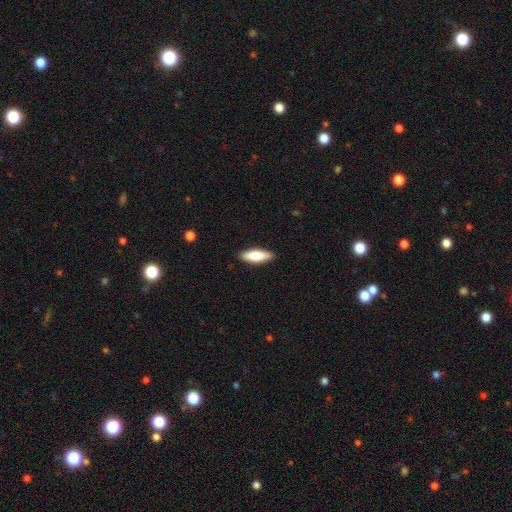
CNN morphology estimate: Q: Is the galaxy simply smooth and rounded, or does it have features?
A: smooth — 74%.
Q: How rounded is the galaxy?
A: in between — 54%.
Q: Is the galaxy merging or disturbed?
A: none — 89%.